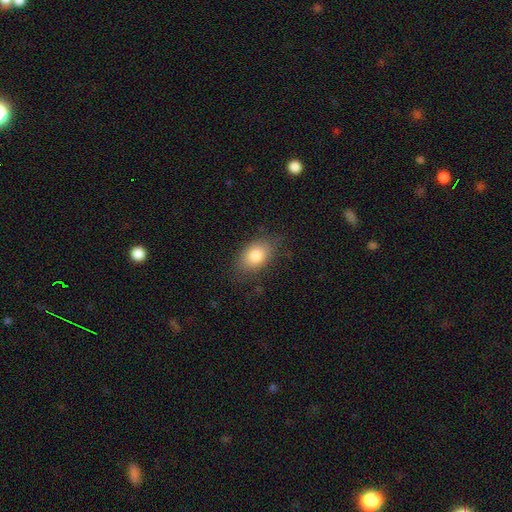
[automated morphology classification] Smooth or featured: smooth — 82% (featured or disk — 10%)
How rounded: in between — 83% (round — 15%)
Merging: none — 76% (minor disturbance — 17%)